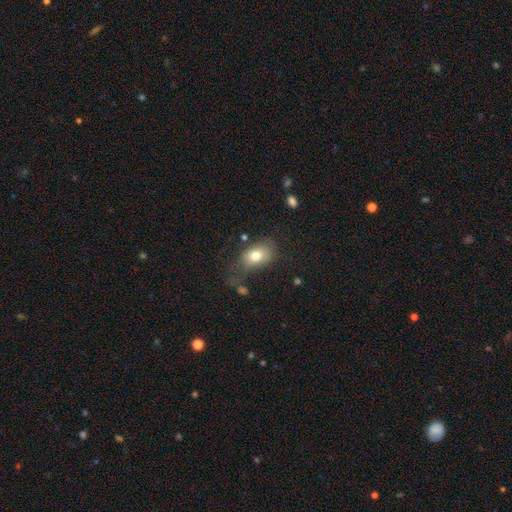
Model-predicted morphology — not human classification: Smooth or featured: smooth — 76% (featured or disk — 15%)
How rounded: in between — 85% (round — 14%)
Merging: none — 52% (minor disturbance — 26%)